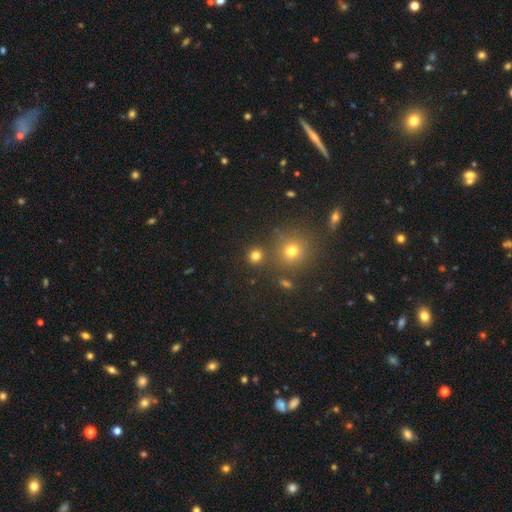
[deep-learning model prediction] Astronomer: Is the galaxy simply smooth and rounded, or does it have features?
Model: smooth — 75%.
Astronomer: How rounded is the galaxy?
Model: round — 91%.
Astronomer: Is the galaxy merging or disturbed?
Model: none — 81%.